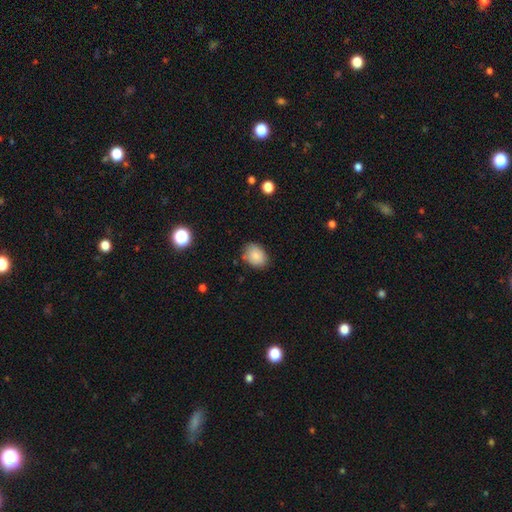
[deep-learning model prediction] Smooth or featured? smooth (81%)
How rounded? in between (67%)
Merging? none (78%)